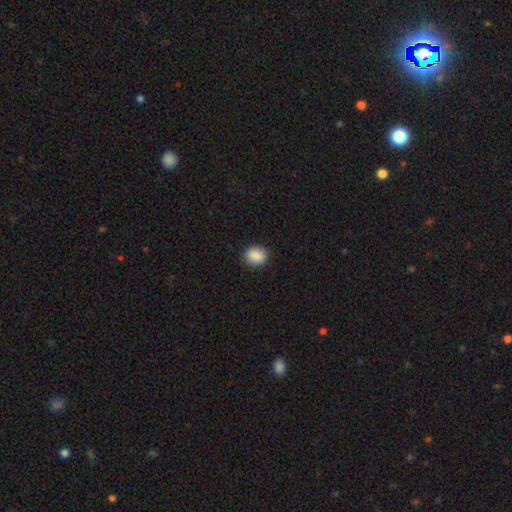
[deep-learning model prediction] Smooth or featured? Predicted: smooth (p=0.88). How rounded? Predicted: in between (p=0.55). Merging? Predicted: none (p=0.86).